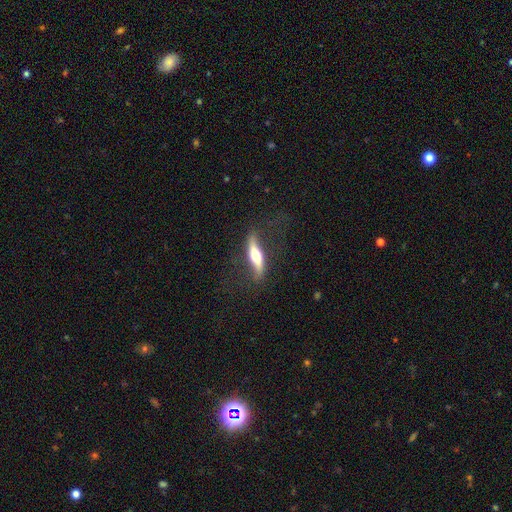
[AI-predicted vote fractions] featured or disk 66%, smooth 29%, star or artifact 5%. Down the decision tree: edge-on disk — yes (71%); merging — none (68%).